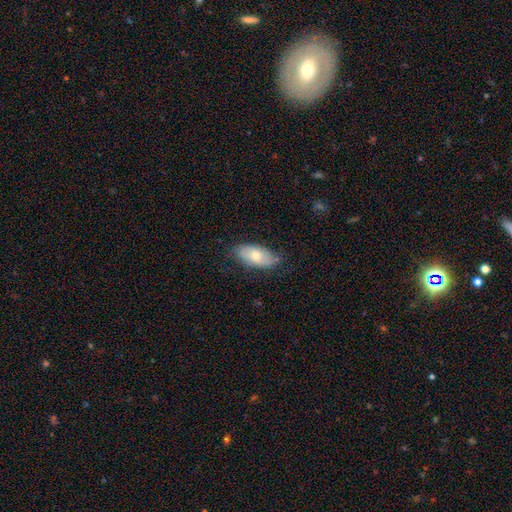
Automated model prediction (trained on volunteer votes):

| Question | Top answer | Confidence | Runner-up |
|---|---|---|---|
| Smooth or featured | smooth | 68% | featured or disk (25%) |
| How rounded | in between | 92% | cigar-shaped (5%) |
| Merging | none | 72% | minor disturbance (22%) |